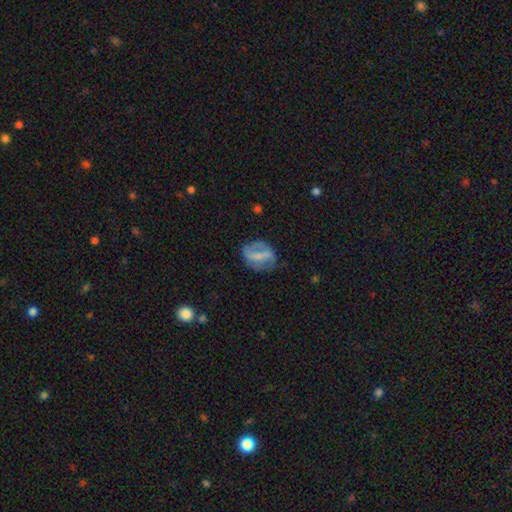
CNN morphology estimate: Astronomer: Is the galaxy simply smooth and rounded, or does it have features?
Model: featured or disk — 55% (runner-up: smooth, 37%).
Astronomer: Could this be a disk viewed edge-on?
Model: no — 95%.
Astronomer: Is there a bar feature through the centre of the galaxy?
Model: strong — 43% (runner-up: weak, 34%).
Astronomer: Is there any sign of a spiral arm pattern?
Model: yes — 52% (runner-up: no, 48%).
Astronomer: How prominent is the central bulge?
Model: none — 39% (runner-up: small, 34%).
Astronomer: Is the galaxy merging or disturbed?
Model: none — 54%.